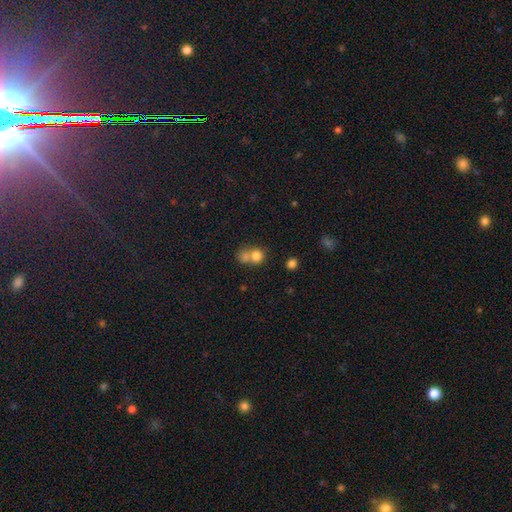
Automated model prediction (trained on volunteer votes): A smooth galaxy with no disk features (78%) that is round (78%).

Vote fractions:
- Smooth or featured? smooth: 78% / star or artifact: 12% / featured or disk: 11%
- How rounded? round: 78% / in between: 21% / cigar-shaped: 1%
- Merging? merger: 53% / none: 36% / minor disturbance: 7% / major disturbance: 4%